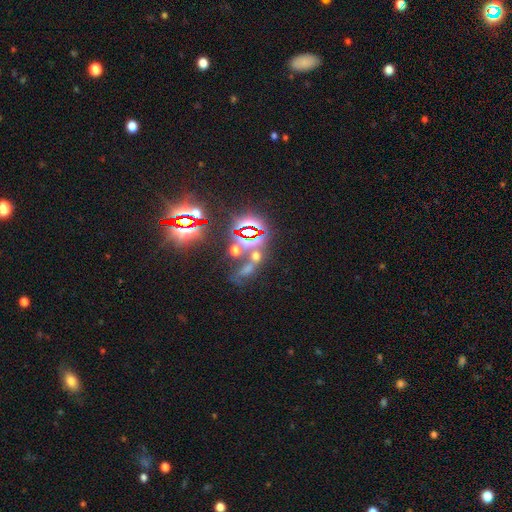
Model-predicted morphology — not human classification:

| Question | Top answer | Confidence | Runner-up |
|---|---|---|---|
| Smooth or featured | star or artifact | 57% | smooth (29%) |